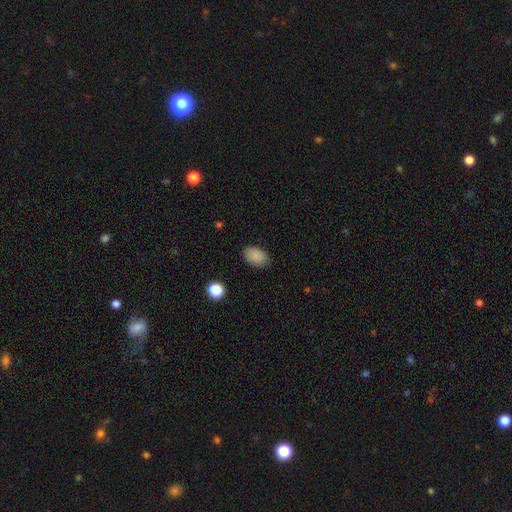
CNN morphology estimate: smooth_or_featured: smooth (p=0.87) [alt: star or artifact p=0.09]
how_rounded: in between (p=0.86) [alt: round p=0.13]
merging: none (p=0.85) [alt: minor disturbance p=0.12]